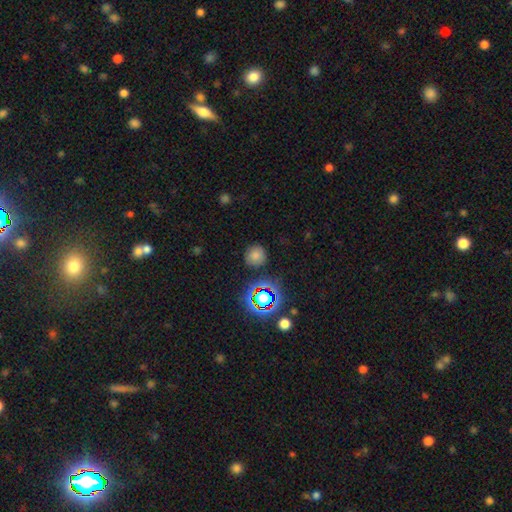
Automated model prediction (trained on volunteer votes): Smooth or featured?
  - smooth: 72% *
  - star or artifact: 20%
  - featured or disk: 8%
How rounded?
  - round: 90% *
  - in between: 9%
  - cigar-shaped: 1%
Merging?
  - none: 84% *
  - minor disturbance: 10%
  - major disturbance: 3%
  - merger: 2%